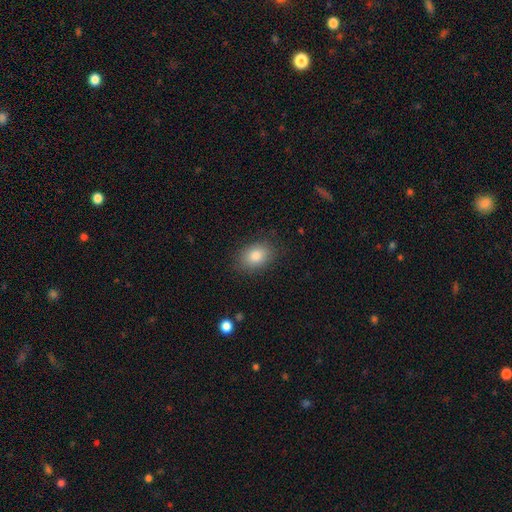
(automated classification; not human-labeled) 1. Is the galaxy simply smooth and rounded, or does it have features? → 83% smooth, 9% star or artifact, 8% featured or disk.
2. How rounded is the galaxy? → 75% in between, 24% round, 1% cigar-shaped.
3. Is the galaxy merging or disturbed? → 85% none, 11% minor disturbance, 3% major disturbance, 1% merger.